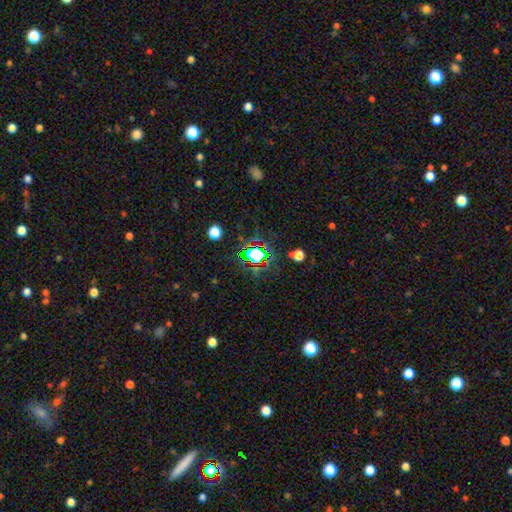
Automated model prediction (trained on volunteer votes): This appears to be a star or artifact, not a galaxy (66%).